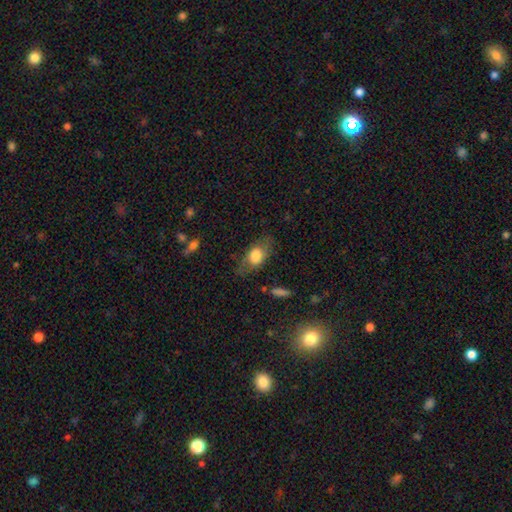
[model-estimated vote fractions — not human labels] This is likely a smooth galaxy (70%). How rounded: clearly in between (82%). Merging: likely none (67%).